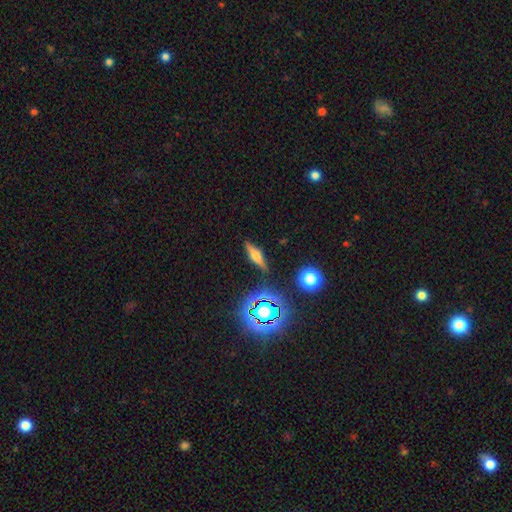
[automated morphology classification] A featured or disk galaxy (54%) viewed edge-on (93%).

Vote fractions:
- Smooth or featured? featured or disk: 54% / smooth: 33% / star or artifact: 14%
- Edge-on disk? yes: 93% / no: 7%
- Merging? none: 85% / minor disturbance: 9% / major disturbance: 3% / merger: 2%